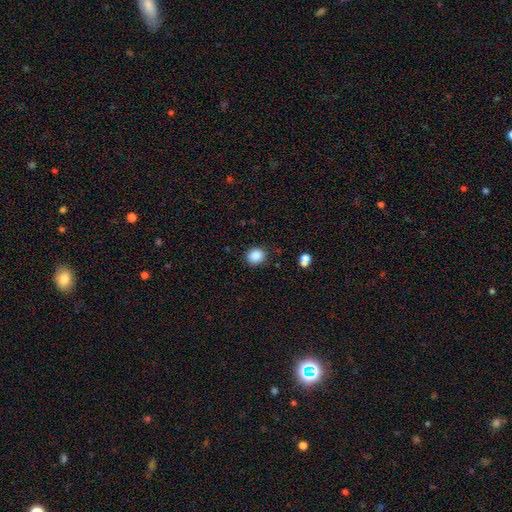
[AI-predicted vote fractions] Q: Smooth or featured?
A: smooth (87%); runner-up: star or artifact (10%)
Q: How rounded?
A: round (78%); runner-up: in between (21%)
Q: Merging?
A: none (88%); runner-up: minor disturbance (8%)